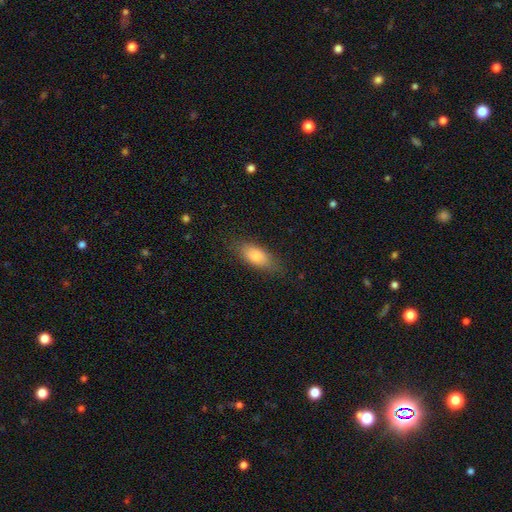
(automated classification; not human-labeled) Morphology: type=smooth (80%); roundness=in between (78%); merging=none (81%).